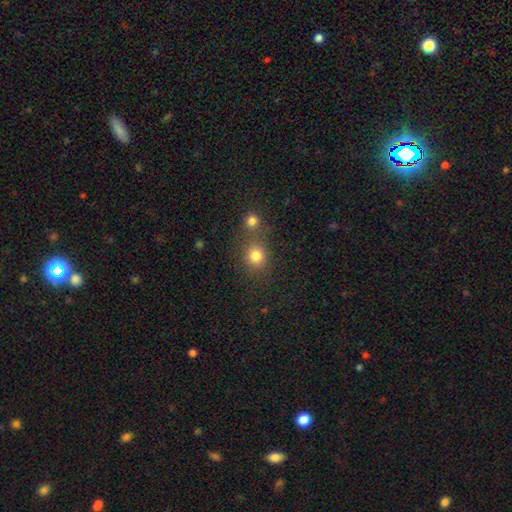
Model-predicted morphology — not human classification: Overall: smooth (80%). How rounded: round (84%). Merging: none (61%; merger 26%).